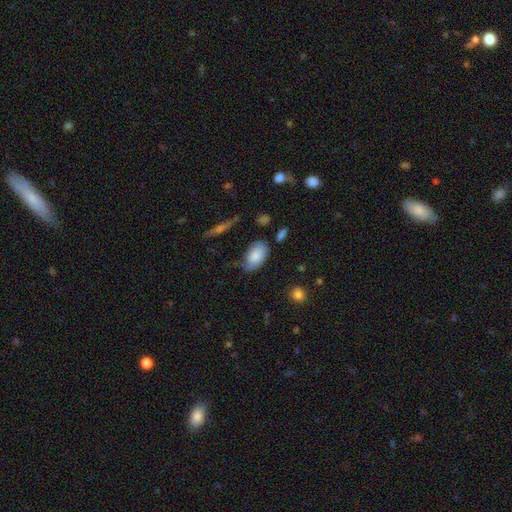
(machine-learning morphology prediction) smooth_or_featured: smooth (p=0.73) [alt: featured or disk p=0.20]
how_rounded: in between (p=0.92) [alt: round p=0.06]
merging: none (p=0.53) [alt: minor disturbance p=0.34]